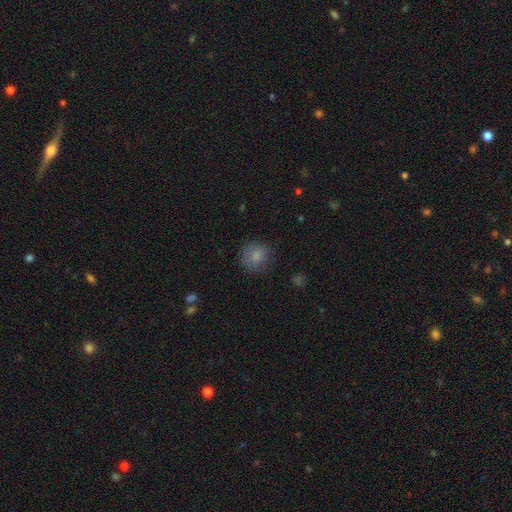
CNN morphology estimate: smooth_or_featured: smooth (p=0.83) [alt: star or artifact p=0.10]
how_rounded: round (p=0.84) [alt: in between p=0.15]
merging: none (p=0.77) [alt: minor disturbance p=0.16]